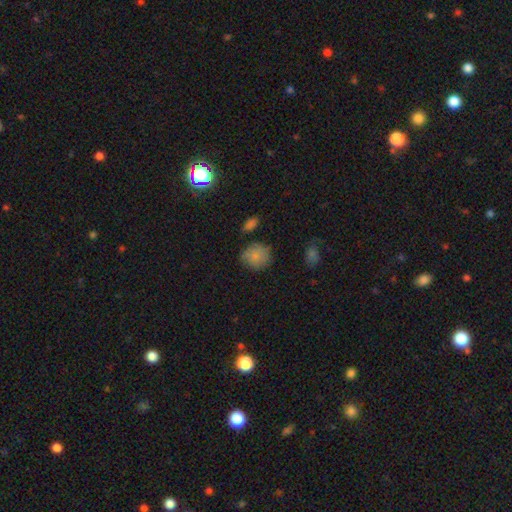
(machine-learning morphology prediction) smooth-or-featured: smooth: 81% | featured or disk: 10% | star or artifact: 9%
  how-rounded: round: 79% | in between: 20% | cigar-shaped: 1%
  merging: none: 71% | minor disturbance: 20% | merger: 5% | major disturbance: 5%